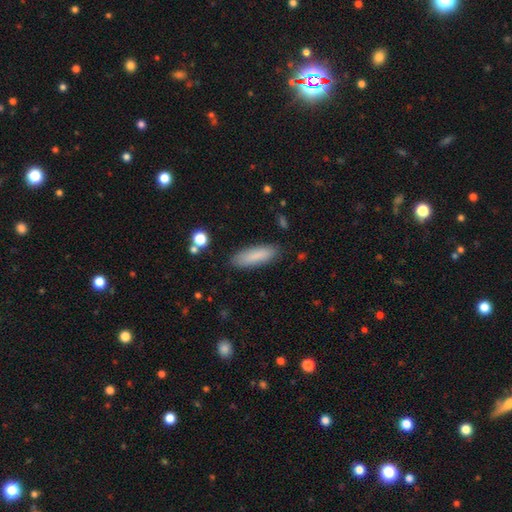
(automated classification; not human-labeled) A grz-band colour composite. It shows a smooth galaxy with no disk features (85%) that is cigar-shaped (54%). Merging: none (86%).